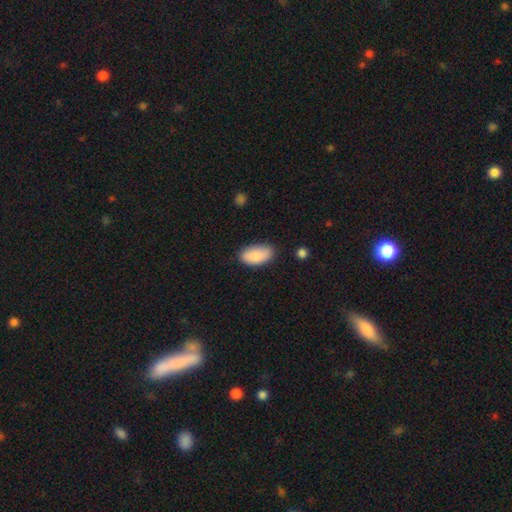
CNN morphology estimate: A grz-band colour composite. It shows a smooth galaxy with no disk features (87%) that is in between round and cigar-shaped (94%). Merging: none (80%).